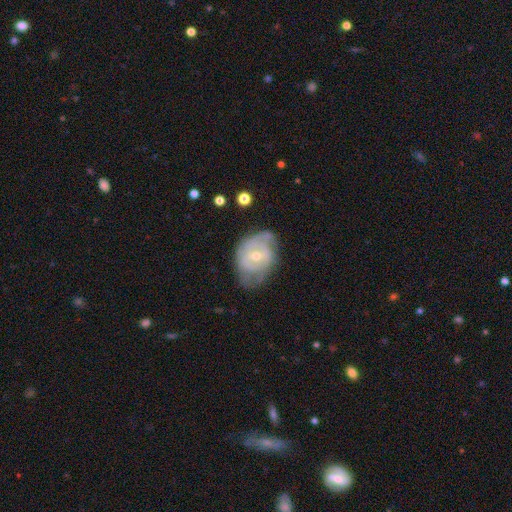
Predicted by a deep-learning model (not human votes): A featured or disk galaxy (73%) with no bar (59%), 2 (39%, tied with can't tell) tight (55%) spiral arms (80%) and a small central bulge (52%).

Vote fractions:
- Smooth or featured? featured or disk: 73% / smooth: 21% / star or artifact: 6%
- Edge-on disk? no: 97% / yes: 3%
- Bar? no: 59% / weak: 34% / strong: 7%
- Spiral arms? yes: 80% / no: 20%
- Spiral winding? tight: 55% / medium: 33% / loose: 12%
- Spiral arm count? 2: 39% (tied) / can't tell: 39% (tied) / 3: 10% / 1: 7% / 4: 3% / more than 4: 2%
- Bulge size? small: 52% / moderate: 45% / large: 1% / none: 1% / dominant: 1%
- Merging? none: 51% / minor disturbance: 32% / major disturbance: 15% / merger: 2%